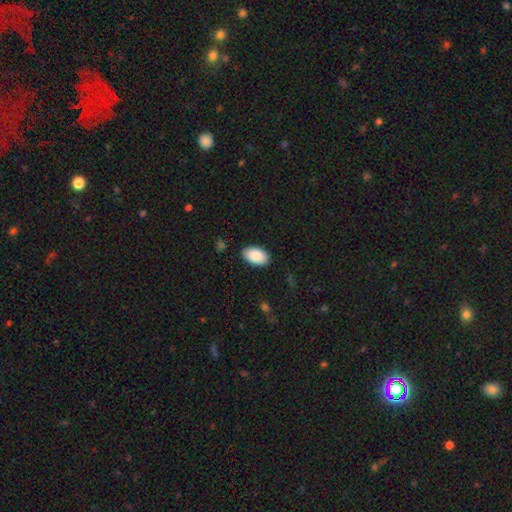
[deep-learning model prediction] This is clearly a smooth galaxy (89%). How rounded: clearly in between (95%). Merging: clearly none (87%).